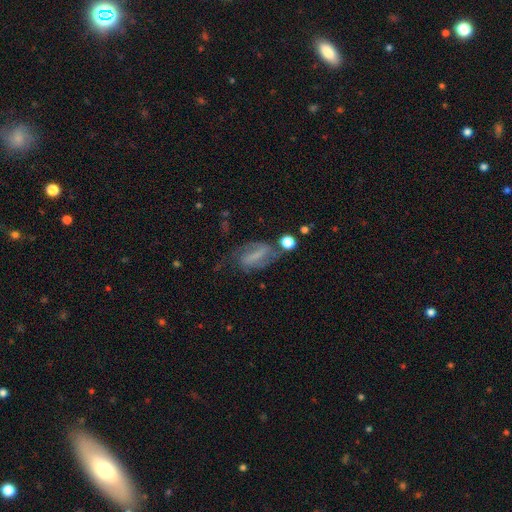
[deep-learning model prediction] featured or disk 63%, smooth 26%, star or artifact 11%. Down the decision tree: edge-on disk — no (93%); bar — strong (49%); spiral arms — yes (80%); bulge size — none (53%); merging — none (52%).